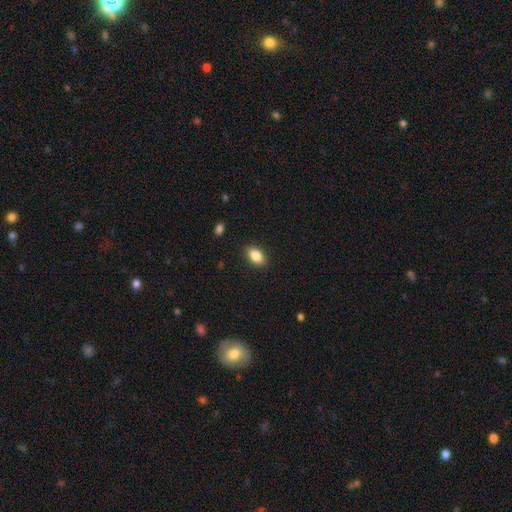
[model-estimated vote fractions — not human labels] This is clearly a smooth galaxy (86%). How rounded: clearly in between (89%). Merging: clearly none (87%).